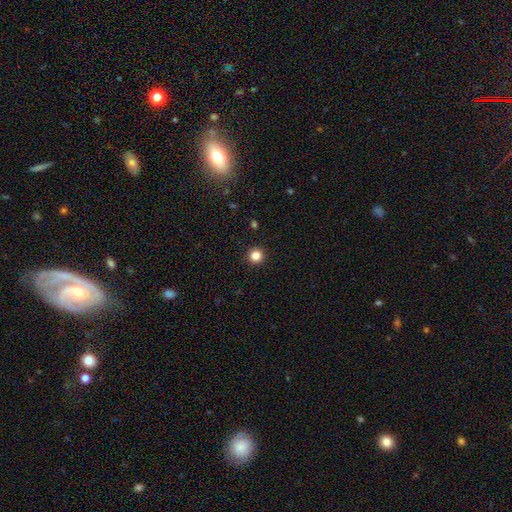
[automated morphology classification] smooth-or-featured: smooth: 83% | star or artifact: 12% | featured or disk: 4%
  how-rounded: round: 96% | in between: 3% | cigar-shaped: 1%
  merging: none: 94% | minor disturbance: 4% | major disturbance: 1% | merger: 1%